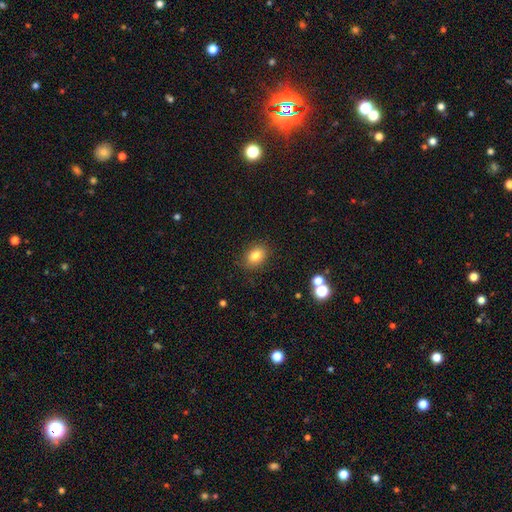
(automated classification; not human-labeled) smooth_or_featured: smooth (p=0.81) [alt: star or artifact p=0.11]
how_rounded: in between (p=0.68) [alt: round p=0.31]
merging: none (p=0.87) [alt: minor disturbance p=0.09]